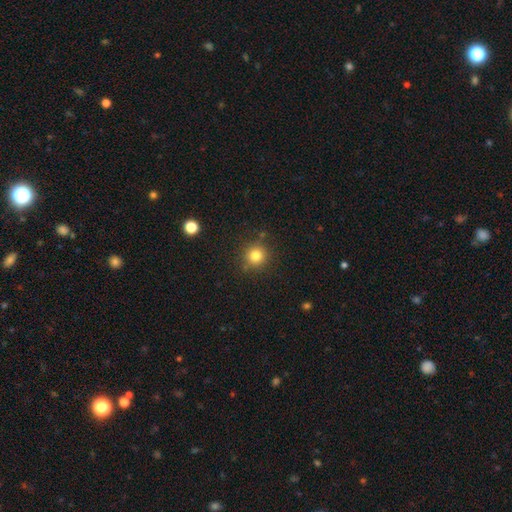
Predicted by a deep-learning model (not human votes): smooth 81%, star or artifact 12%, featured or disk 6%. Down the decision tree: how rounded — round (94%); merging — none (86%).